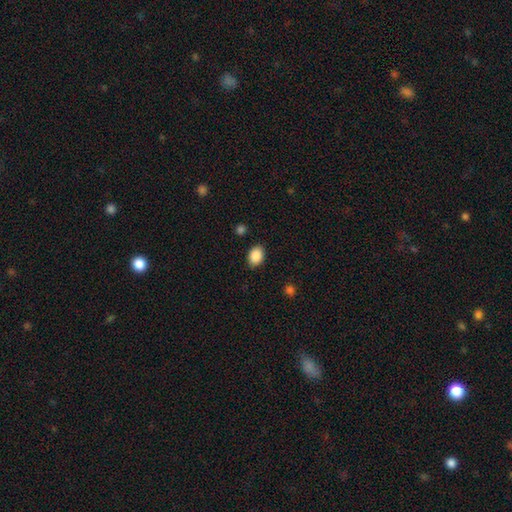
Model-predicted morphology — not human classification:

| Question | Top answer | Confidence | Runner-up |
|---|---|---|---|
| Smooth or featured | smooth | 88% | star or artifact (8%) |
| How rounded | in between | 77% | round (22%) |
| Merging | none | 86% | minor disturbance (10%) |